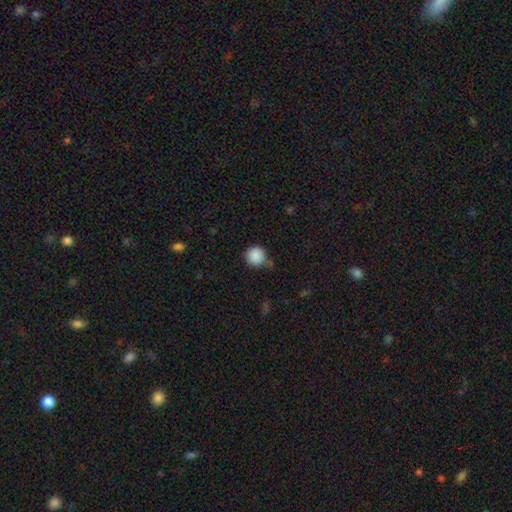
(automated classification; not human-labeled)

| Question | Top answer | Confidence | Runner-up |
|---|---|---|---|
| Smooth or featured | smooth | 88% | star or artifact (9%) |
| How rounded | round | 94% | in between (5%) |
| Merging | none | 68% | minor disturbance (20%) |